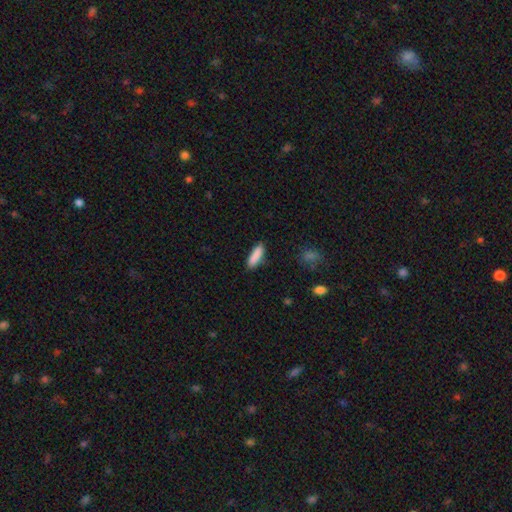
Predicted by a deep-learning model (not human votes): A smooth galaxy with no disk features (89%) that is cigar-shaped (56%).

Vote fractions:
- Smooth or featured? smooth: 89% / star or artifact: 6% / featured or disk: 5%
- How rounded? cigar-shaped: 56% / in between: 42% / round: 2%
- Merging? none: 85% / minor disturbance: 11% / major disturbance: 2% / merger: 2%